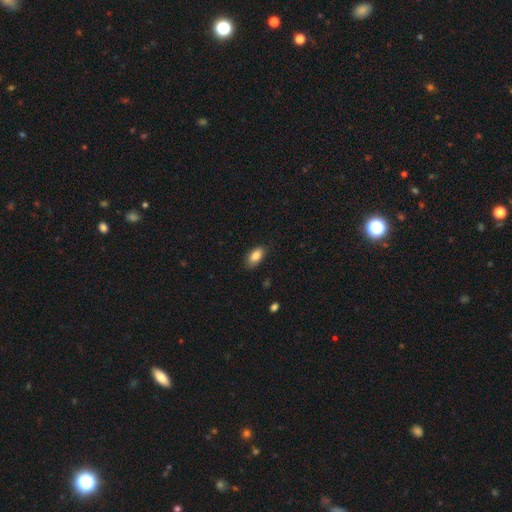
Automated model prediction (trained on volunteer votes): This is clearly a smooth galaxy (86%). How rounded: clearly in between (92%). Merging: clearly none (84%).